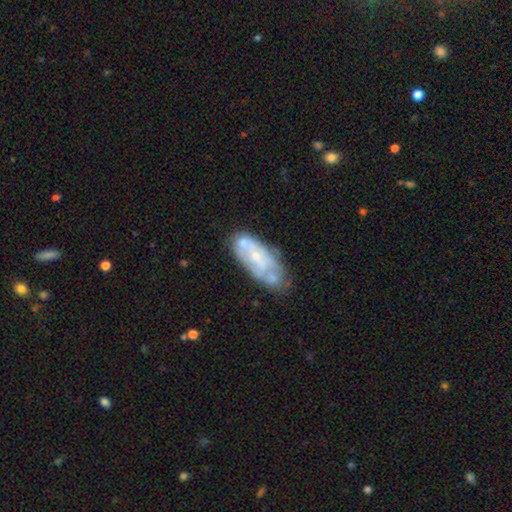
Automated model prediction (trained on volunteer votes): This appears to be a featured or disk galaxy (62%) with no bar (77%), no spiral arms (64%) and a small central bulge (65%). Merging: none (54%).